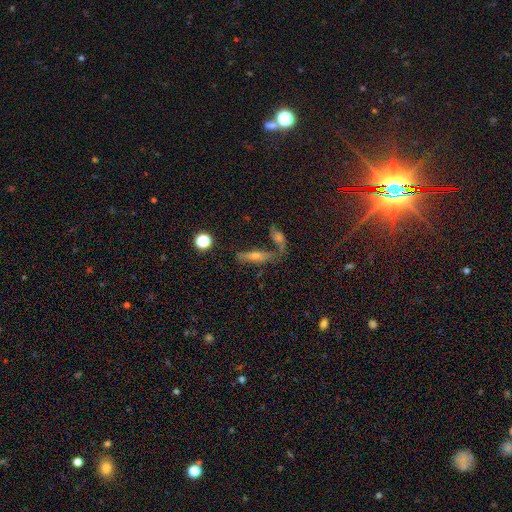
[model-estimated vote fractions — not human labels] This appears to be a featured or disk galaxy (44%). Merging: none (50%).